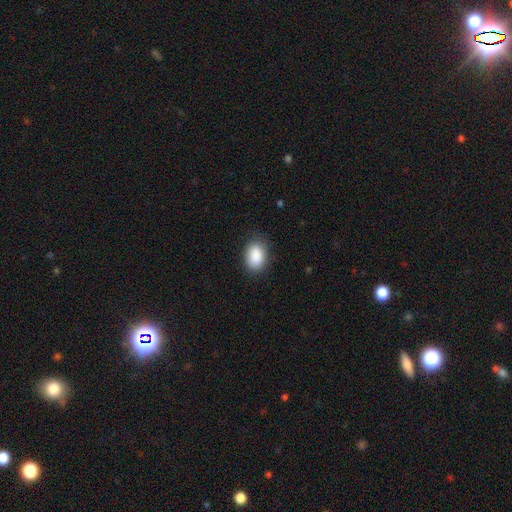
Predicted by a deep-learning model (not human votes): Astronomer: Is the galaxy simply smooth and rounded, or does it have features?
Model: smooth — 89%.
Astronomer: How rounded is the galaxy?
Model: in between — 85%.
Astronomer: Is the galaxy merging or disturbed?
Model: none — 84%.